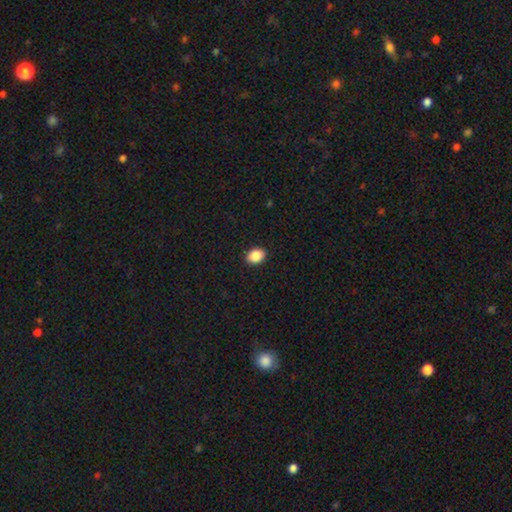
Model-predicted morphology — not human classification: A smooth galaxy with no disk features (88%) that is in between round and cigar-shaped (72%).

Vote fractions:
- Smooth or featured? smooth: 88% / star or artifact: 8% / featured or disk: 4%
- How rounded? in between: 72% / round: 27% / cigar-shaped: 1%
- Merging? none: 90% / minor disturbance: 7% / major disturbance: 2% / merger: 1%